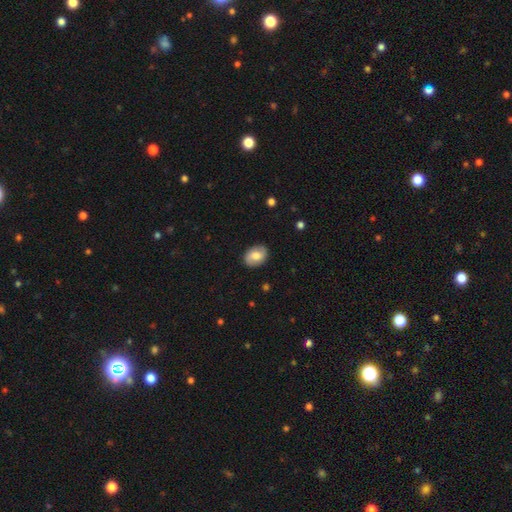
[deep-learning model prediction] This appears to be a smooth galaxy with no disk features (65%) that is in between round and cigar-shaped (77%). Merging: none (86%).